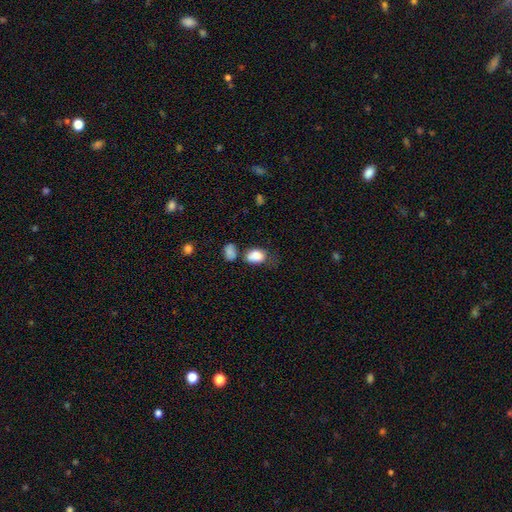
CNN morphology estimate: Smooth or featured? Predicted: smooth (p=0.83). How rounded? Predicted: in between (p=0.79). Merging? Predicted: none (p=0.36).